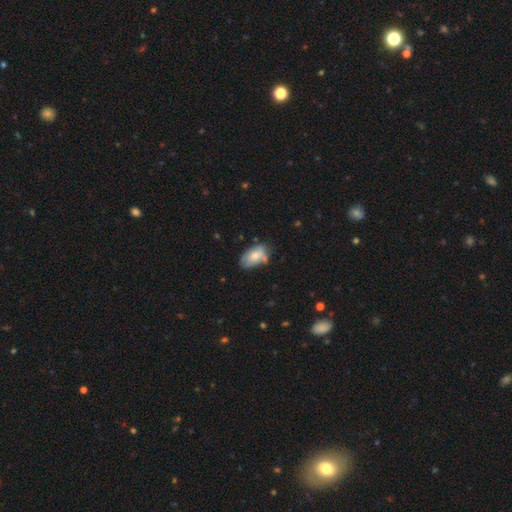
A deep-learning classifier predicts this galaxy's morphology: Overall: smooth (69%). How rounded: in between (92%). Merging: none (56%; minor disturbance 30%).